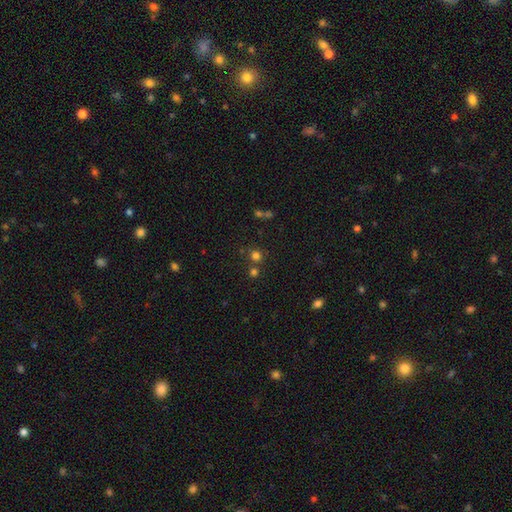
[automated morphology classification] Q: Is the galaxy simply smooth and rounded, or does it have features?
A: smooth — 70%.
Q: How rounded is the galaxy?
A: round — 91%.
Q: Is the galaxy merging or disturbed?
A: none — 71%.